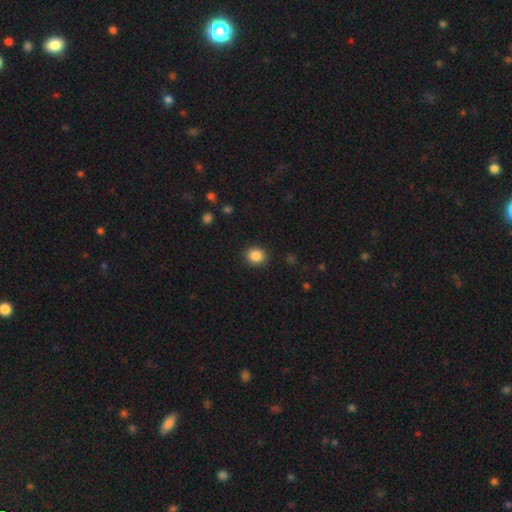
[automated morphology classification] type=smooth (87%); roundness=round (78%); merging=none (90%).